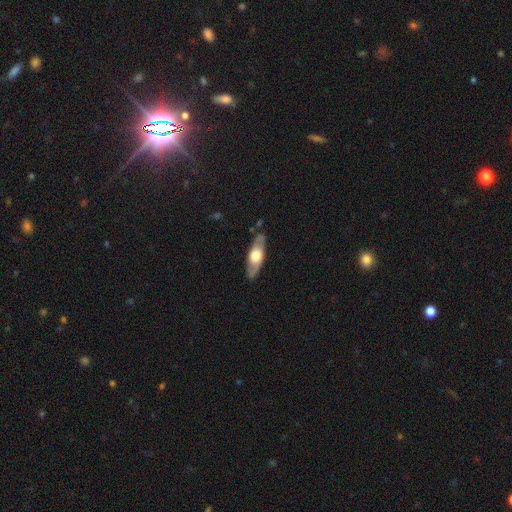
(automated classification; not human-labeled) Q: Smooth or featured?
A: featured or disk (59%); runner-up: smooth (37%)
Q: Edge-on disk?
A: yes (60%); runner-up: no (40%)
Q: Merging?
A: none (84%); runner-up: minor disturbance (11%)